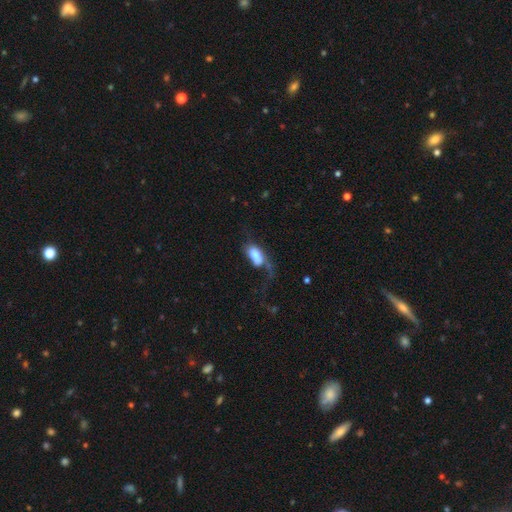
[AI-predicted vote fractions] Morphology: type=smooth (67%); roundness=in between (89%); merging=major disturbance (51%).